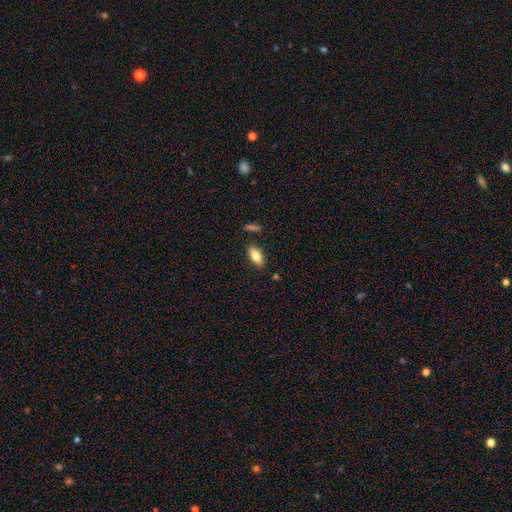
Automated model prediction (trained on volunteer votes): Smooth or featured? smooth (82%)
How rounded? in between (88%)
Merging? none (83%)